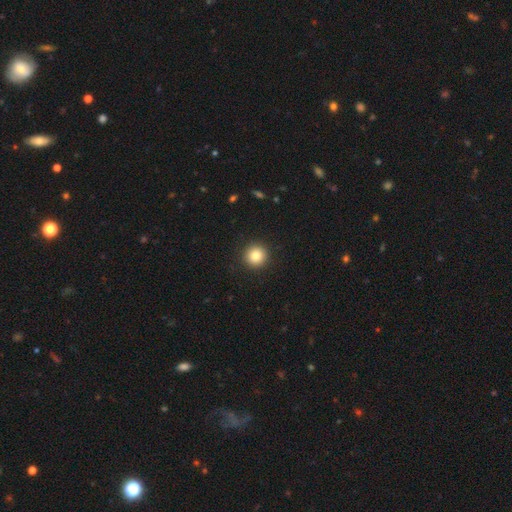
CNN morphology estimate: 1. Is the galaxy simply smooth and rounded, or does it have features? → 83% smooth, 10% star or artifact, 7% featured or disk.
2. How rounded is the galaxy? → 96% round, 3% in between, 1% cigar-shaped.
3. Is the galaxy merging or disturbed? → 93% none, 4% minor disturbance, 2% major disturbance, 1% merger.